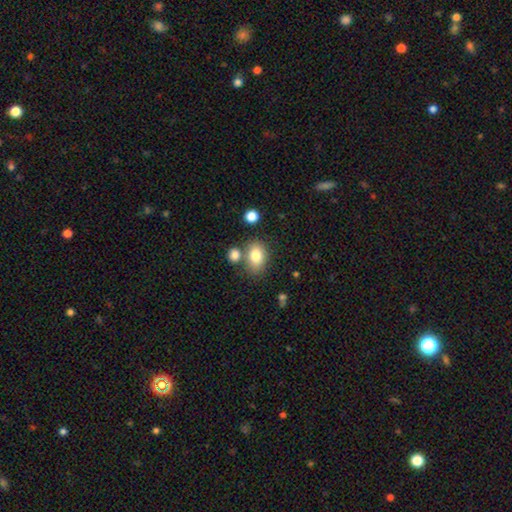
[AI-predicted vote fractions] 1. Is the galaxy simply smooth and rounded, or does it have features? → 80% smooth, 11% featured or disk, 9% star or artifact.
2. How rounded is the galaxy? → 76% in between, 22% round, 1% cigar-shaped.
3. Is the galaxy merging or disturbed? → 66% none, 17% merger, 13% minor disturbance, 4% major disturbance.